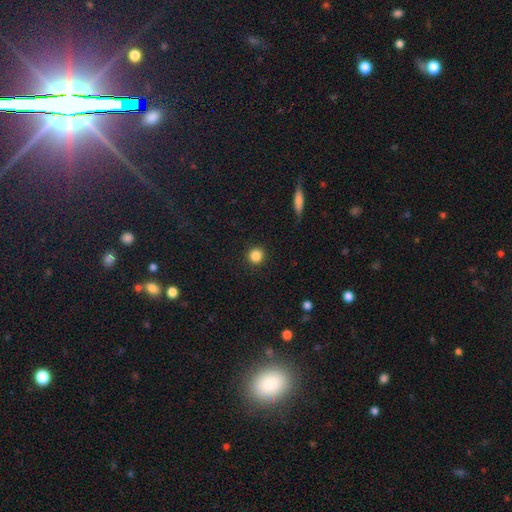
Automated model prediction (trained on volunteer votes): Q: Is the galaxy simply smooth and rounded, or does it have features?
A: smooth — 86%.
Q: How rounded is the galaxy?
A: round — 93%.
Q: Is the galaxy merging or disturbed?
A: none — 92%.